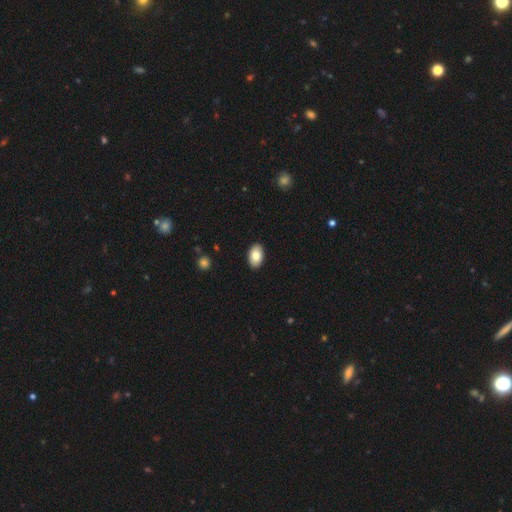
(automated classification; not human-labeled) Smooth or featured?
  - smooth: 81% *
  - featured or disk: 12%
  - star or artifact: 7%
How rounded?
  - in between: 93% *
  - round: 6%
  - cigar-shaped: 1%
Merging?
  - none: 90% *
  - minor disturbance: 8%
  - major disturbance: 2%
  - merger: 1%